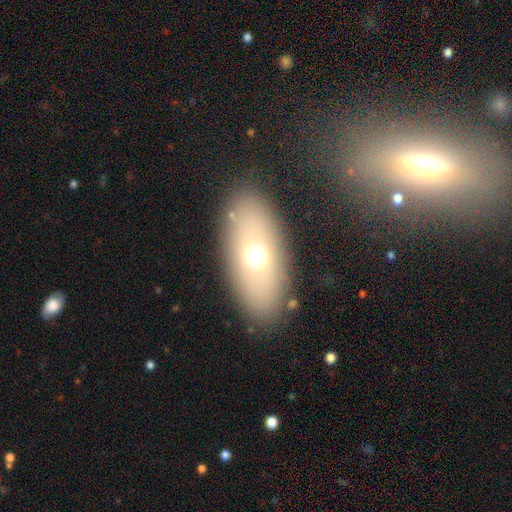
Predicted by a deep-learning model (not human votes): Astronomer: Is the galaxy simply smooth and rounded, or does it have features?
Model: smooth — 62%.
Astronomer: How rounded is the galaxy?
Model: in between — 81%.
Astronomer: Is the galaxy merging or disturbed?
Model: none — 83%.